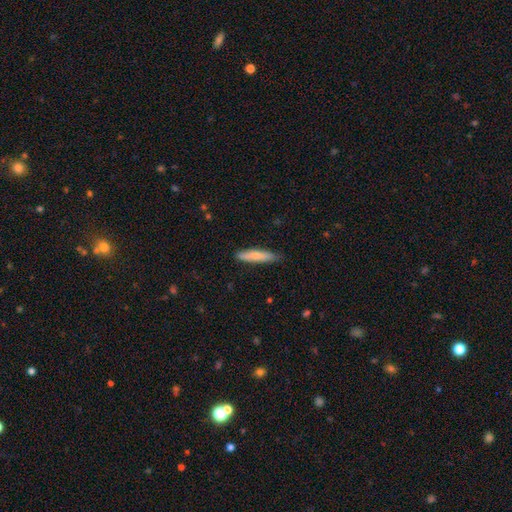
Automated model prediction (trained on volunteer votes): Overall: smooth (70%). How rounded: cigar-shaped (85%). Merging: none (82%).